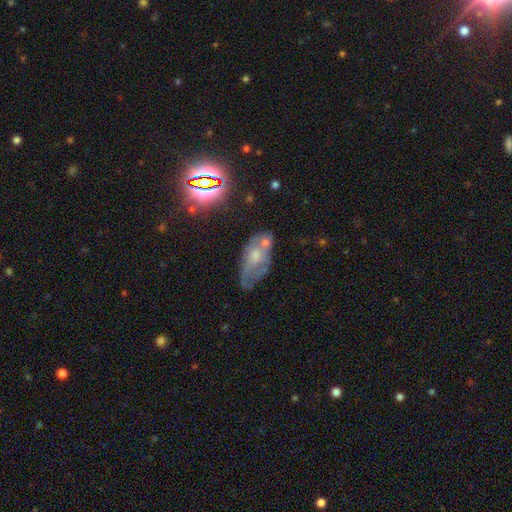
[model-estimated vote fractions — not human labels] featured or disk 47%, smooth 38%, star or artifact 15%. Down the decision tree: merging — none (38%).